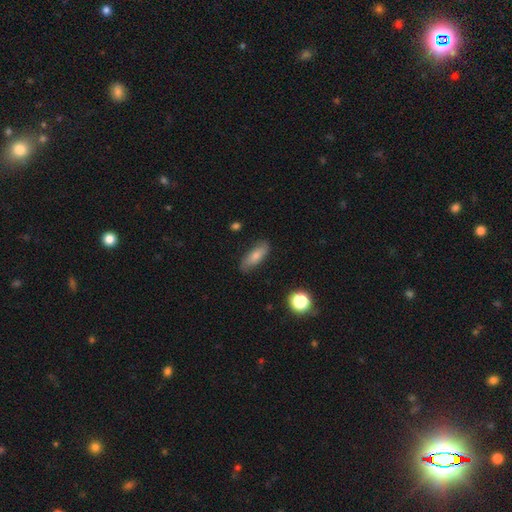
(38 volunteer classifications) Smooth or featured: smooth — 79% (featured or disk — 18%)
How rounded: in between — 70% (cigar-shaped — 30%)
Merging: none — 70% (minor disturbance — 27%)